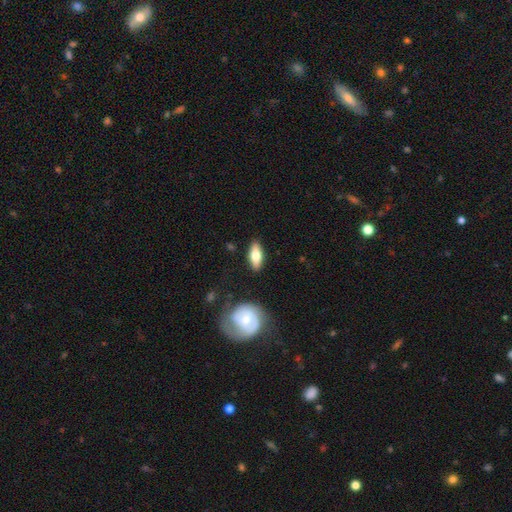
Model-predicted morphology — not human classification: Smooth or featured? Predicted: smooth (p=0.60). How rounded? Predicted: in between (p=0.71). Merging? Predicted: none (p=0.86).